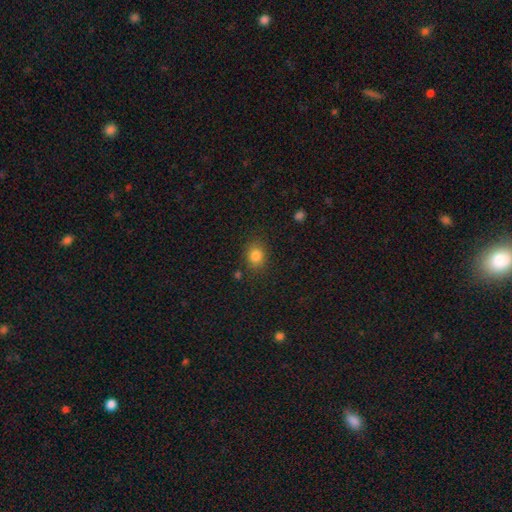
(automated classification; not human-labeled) smooth_or_featured: smooth (p=0.83) [alt: star or artifact p=0.11]
how_rounded: round (p=0.58) [alt: in between p=0.41]
merging: none (p=0.83) [alt: minor disturbance p=0.11]